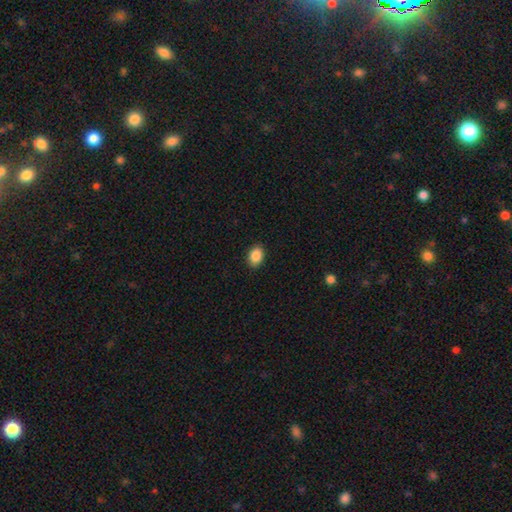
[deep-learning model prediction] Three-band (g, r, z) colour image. It shows a smooth galaxy with no disk features (89%) that is in between round and cigar-shaped (78%). Merging: none (89%).